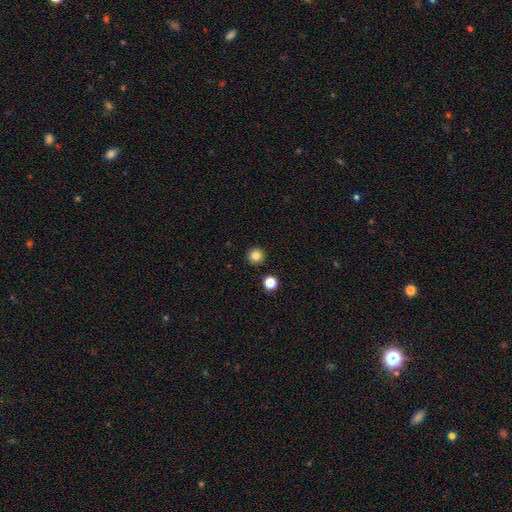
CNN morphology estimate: Overall: smooth (82%). How rounded: round (95%). Merging: none (92%).